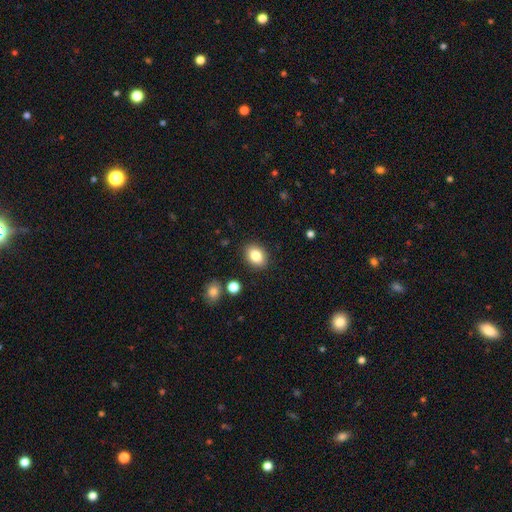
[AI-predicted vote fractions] Smooth or featured? Predicted: smooth (p=0.83). How rounded? Predicted: in between (p=0.67). Merging? Predicted: none (p=0.88).